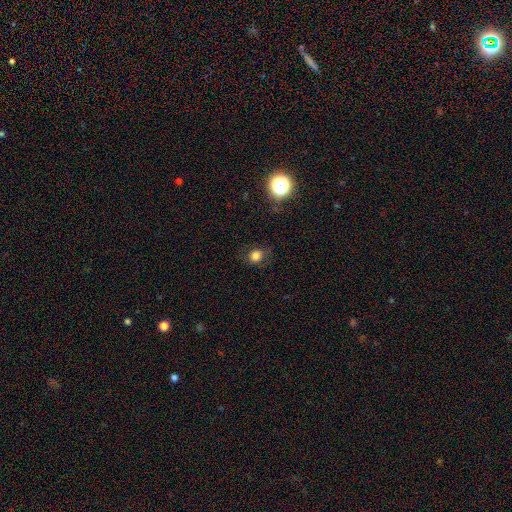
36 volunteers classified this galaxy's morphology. Q: Smooth or featured?
A: smooth (97%); runner-up: featured or disk (3%)
Q: How rounded?
A: round (91%); runner-up: in between (9%)
Q: Merging?
A: none (81%); runner-up: major disturbance (11%)